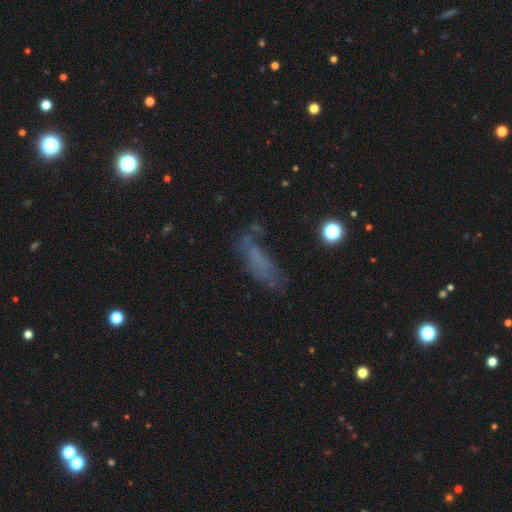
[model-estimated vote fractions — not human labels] smooth 45%, featured or disk 28%, star or artifact 26%. Down the decision tree: merging — none (43%).